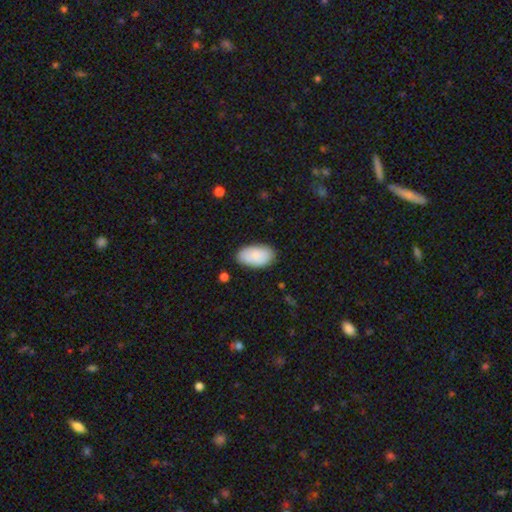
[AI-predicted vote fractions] smooth-or-featured: smooth: 85% | featured or disk: 9% | star or artifact: 6%
  how-rounded: in between: 95% | round: 3% | cigar-shaped: 1%
  merging: none: 83% | minor disturbance: 13% | major disturbance: 3% | merger: 2%